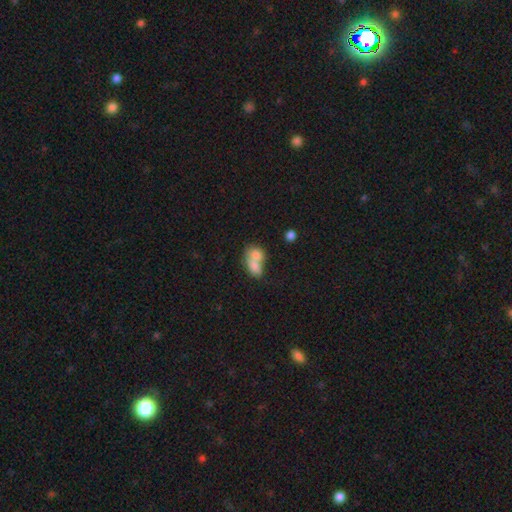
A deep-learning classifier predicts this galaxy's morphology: smooth_or_featured: smooth (p=0.75) [alt: featured or disk p=0.17]
how_rounded: in between (p=0.73) [alt: round p=0.25]
merging: merger (p=0.73) [alt: none p=0.16]